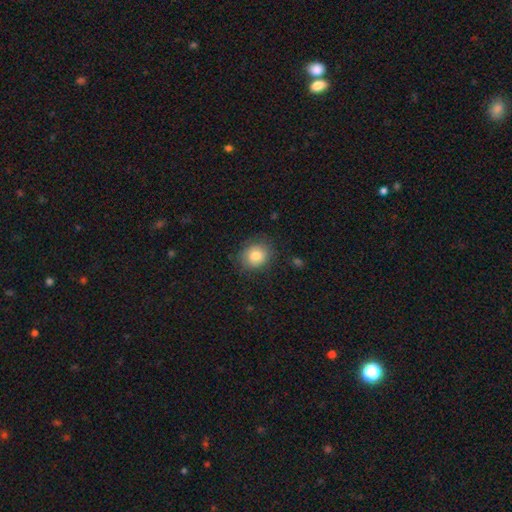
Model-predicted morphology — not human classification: Overall: smooth (77%). How rounded: round (73%). Merging: none (78%).